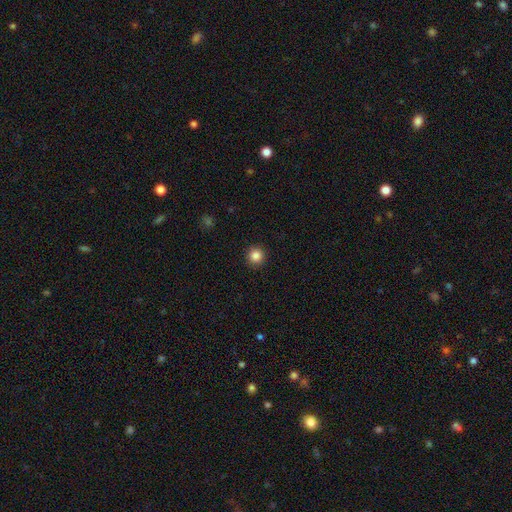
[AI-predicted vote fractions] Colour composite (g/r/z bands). It shows a smooth galaxy with no disk features (85%) that is round (95%). Merging: none (92%).